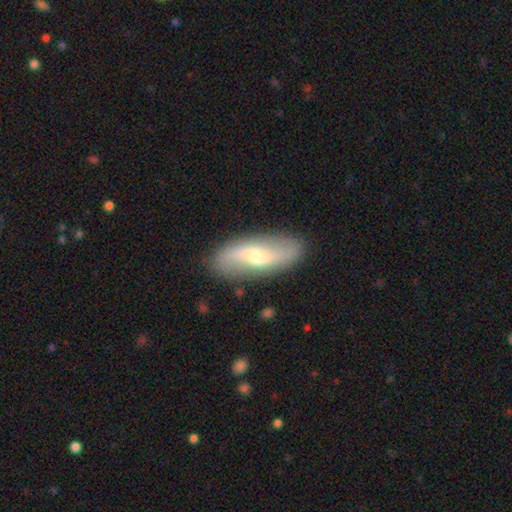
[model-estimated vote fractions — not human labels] smooth-or-featured: featured or disk: 66% | smooth: 27% | star or artifact: 6%
  disk-edge-on: no: 87% | yes: 13%
    bar: weak: 46% | no: 27% | strong: 27%
    has-spiral-arms: yes: 84% | no: 16%
    bulge-size: moderate: 50% | small: 42% | large: 4% | none: 2% | dominant: 1%
  merging: none: 85% | minor disturbance: 10% | major disturbance: 3% | merger: 2%